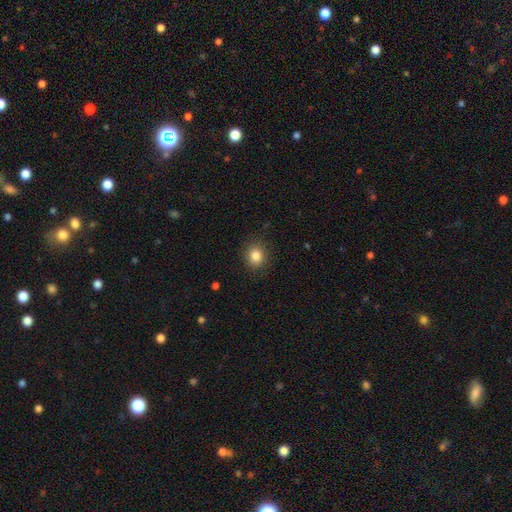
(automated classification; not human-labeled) smooth 84%, star or artifact 10%, featured or disk 5%. Down the decision tree: how rounded — round (74%); merging — none (87%).